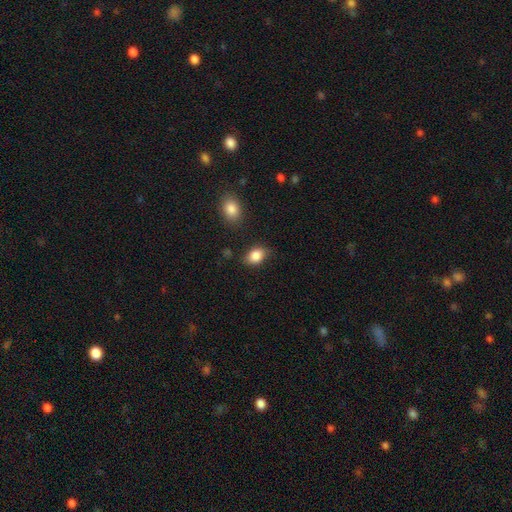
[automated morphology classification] A smooth galaxy with no disk features (86%) that is in between round and cigar-shaped (78%).

Vote fractions:
- Smooth or featured? smooth: 86% / star or artifact: 8% / featured or disk: 6%
- How rounded? in between: 78% / round: 20% / cigar-shaped: 1%
- Merging? none: 77% / minor disturbance: 16% / major disturbance: 4% / merger: 3%